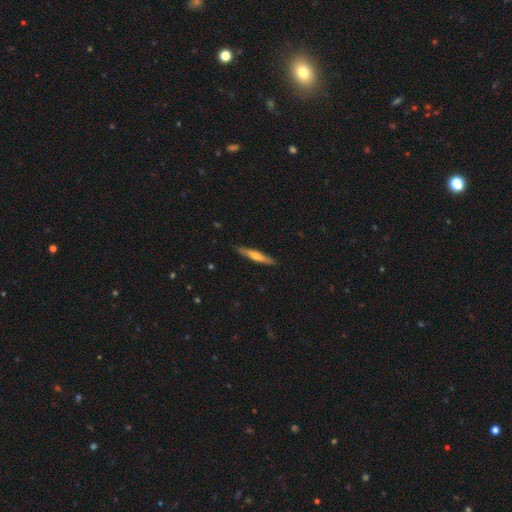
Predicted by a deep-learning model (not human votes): Smooth or featured: featured or disk — 48% (smooth — 46%)
Merging: none — 89% (minor disturbance — 8%)